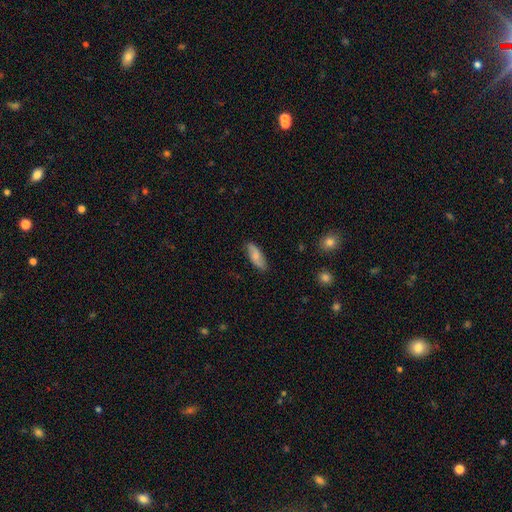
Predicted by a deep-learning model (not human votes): A smooth galaxy with no disk features (71%) that is in between round and cigar-shaped (73%). Merging: none (83%).